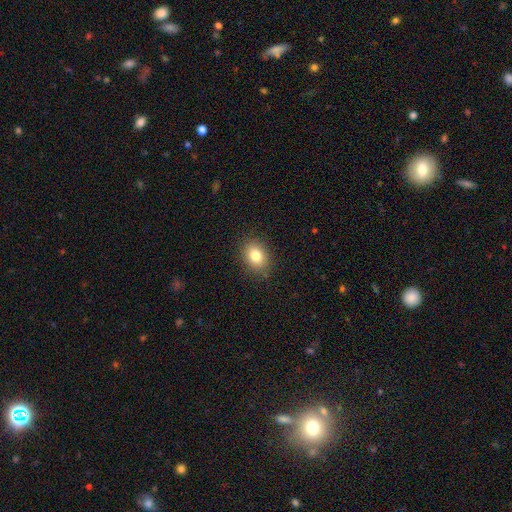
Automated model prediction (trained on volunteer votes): This is clearly a smooth galaxy (82%). How rounded: likely in between (64%). Merging: clearly none (87%).